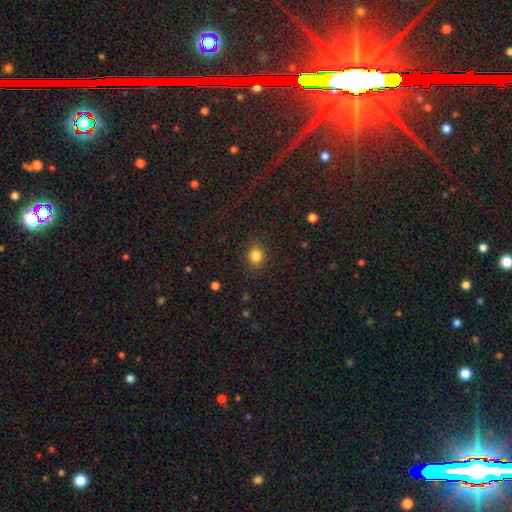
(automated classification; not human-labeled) Q: Smooth or featured?
A: smooth (83%); runner-up: star or artifact (12%)
Q: How rounded?
A: round (64%); runner-up: in between (35%)
Q: Merging?
A: none (86%); runner-up: minor disturbance (9%)